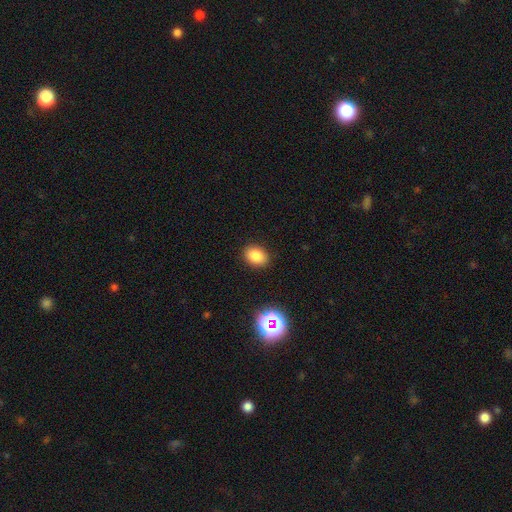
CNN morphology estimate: A smooth galaxy with no disk features (83%) that is in between round and cigar-shaped (67%).

Vote fractions:
- Smooth or featured? smooth: 83% / star or artifact: 12% / featured or disk: 5%
- How rounded? in between: 67% / round: 32% / cigar-shaped: 1%
- Merging? none: 88% / minor disturbance: 8% / major disturbance: 2% / merger: 1%